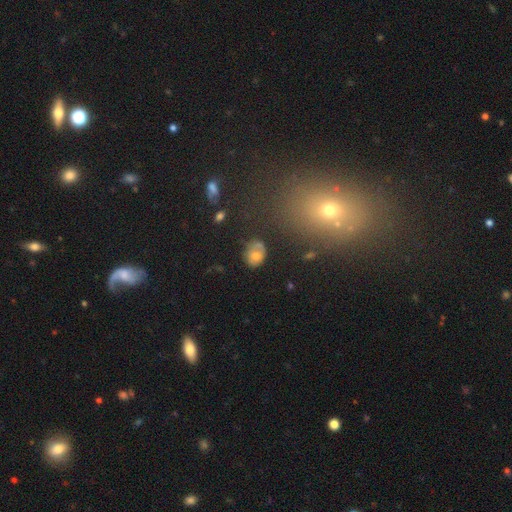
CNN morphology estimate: This is likely a smooth galaxy (62%). How rounded: possibly round (49%, tied with in between). Merging: possibly none (52%).